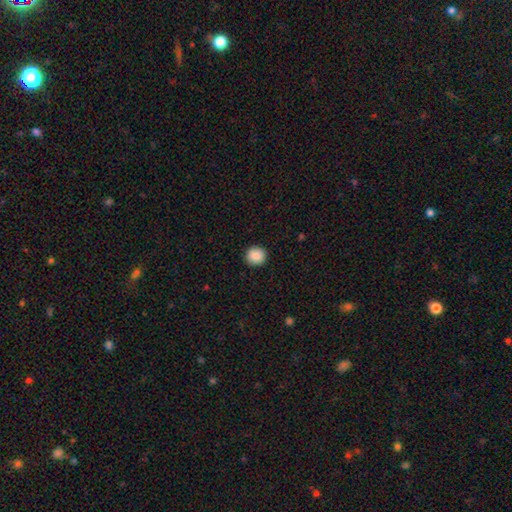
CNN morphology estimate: A smooth galaxy with no disk features (89%) that is round (92%).

Vote fractions:
- Smooth or featured? smooth: 89% / star or artifact: 8% / featured or disk: 3%
- How rounded? round: 92% / in between: 8% / cigar-shaped: 1%
- Merging? none: 92% / minor disturbance: 6% / major disturbance: 2% / merger: 1%